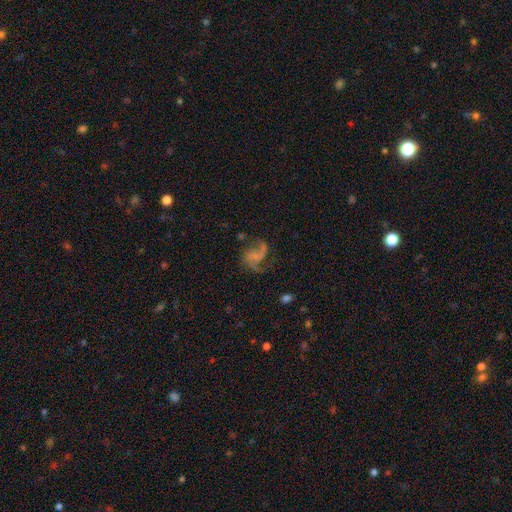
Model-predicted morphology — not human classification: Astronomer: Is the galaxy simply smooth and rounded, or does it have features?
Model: featured or disk — 70%.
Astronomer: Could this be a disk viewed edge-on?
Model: no — 98%.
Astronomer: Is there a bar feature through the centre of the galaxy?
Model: no — 67%.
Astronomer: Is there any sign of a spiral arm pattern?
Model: yes — 87%.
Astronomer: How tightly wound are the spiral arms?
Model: loose — 66%.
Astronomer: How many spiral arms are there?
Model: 2 — 60%.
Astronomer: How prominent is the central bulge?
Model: none — 66%.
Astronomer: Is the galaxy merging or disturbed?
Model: none — 48% (runner-up: major disturbance, 31%).